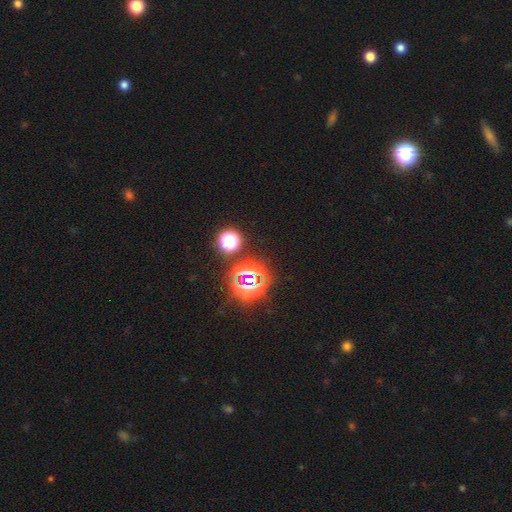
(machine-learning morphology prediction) This appears to be a star or artifact, not a galaxy (78%).